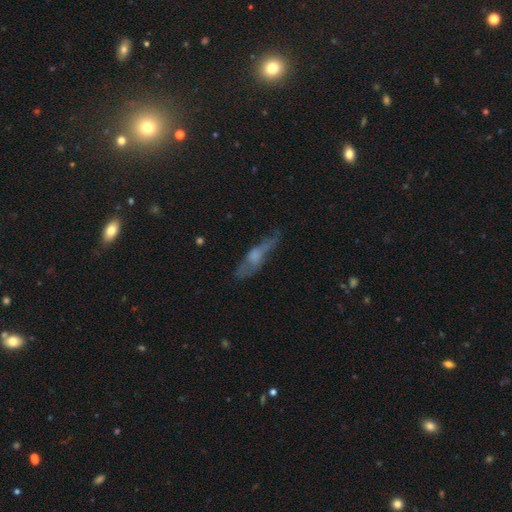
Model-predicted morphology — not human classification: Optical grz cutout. It shows a featured or disk galaxy (49%). Merging: none (51%).